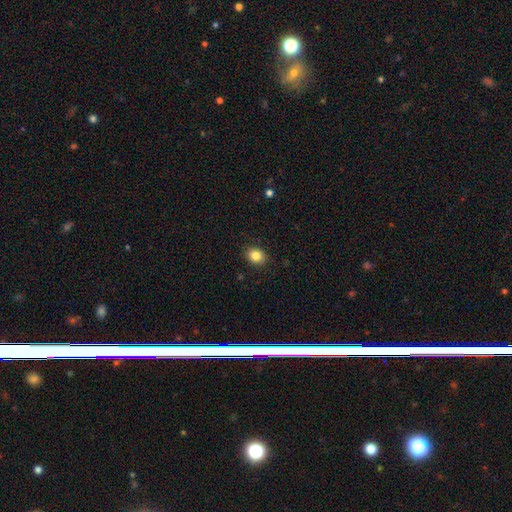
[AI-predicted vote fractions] Morphology: type=smooth (84%); roundness=round (58%); merging=none (89%).